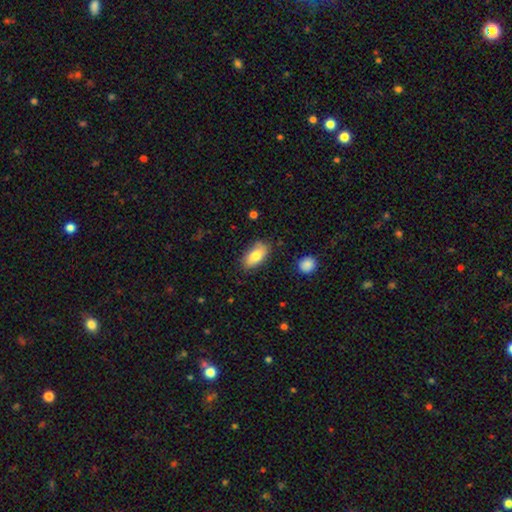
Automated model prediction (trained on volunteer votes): Smooth or featured?
  - smooth: 78% *
  - featured or disk: 16%
  - star or artifact: 7%
How rounded?
  - in between: 92% *
  - cigar-shaped: 4%
  - round: 4%
Merging?
  - none: 78% *
  - minor disturbance: 17%
  - major disturbance: 3%
  - merger: 2%